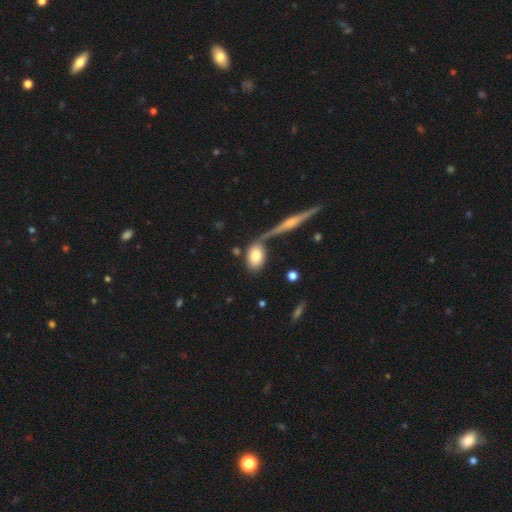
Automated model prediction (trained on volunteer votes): smooth_or_featured: smooth (p=0.78) [alt: featured or disk p=0.15]
how_rounded: in between (p=0.83) [alt: round p=0.13]
merging: none (p=0.60) [alt: merger p=0.20]